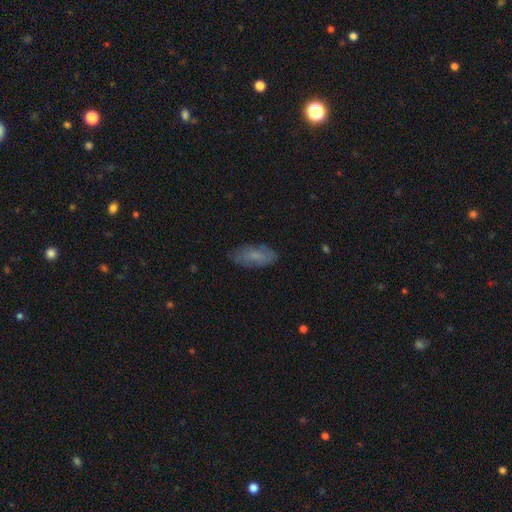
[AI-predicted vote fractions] Smooth or featured?
  - smooth: 66% *
  - featured or disk: 26%
  - star or artifact: 8%
How rounded?
  - in between: 84% *
  - cigar-shaped: 13%
  - round: 2%
Merging?
  - none: 75% *
  - minor disturbance: 19%
  - major disturbance: 5%
  - merger: 1%